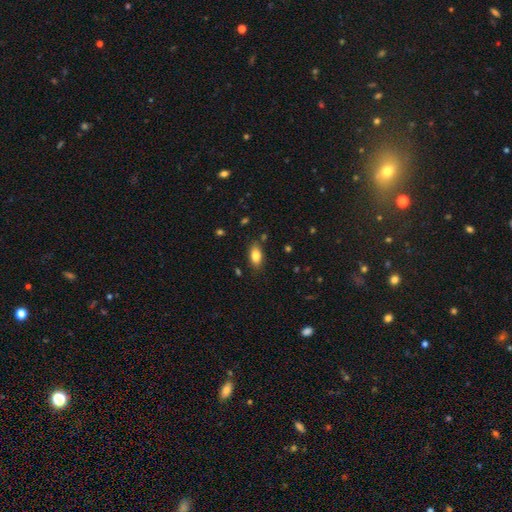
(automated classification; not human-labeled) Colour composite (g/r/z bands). It shows a smooth galaxy with no disk features (82%) that is in between round and cigar-shaped (89%). Merging: none (83%).